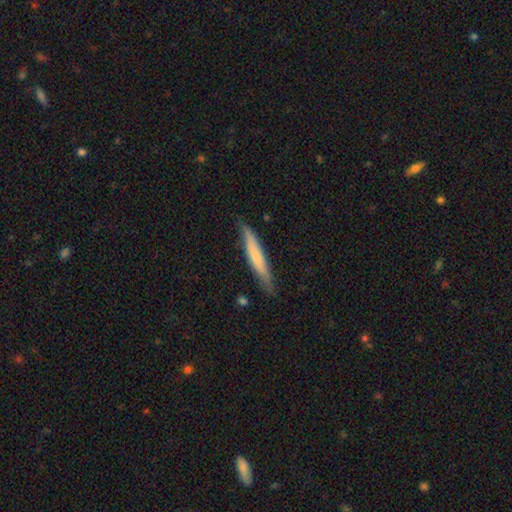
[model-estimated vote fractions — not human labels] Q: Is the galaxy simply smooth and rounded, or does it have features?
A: smooth — 61%.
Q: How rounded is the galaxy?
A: cigar-shaped — 93%.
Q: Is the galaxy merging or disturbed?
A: none — 78%.